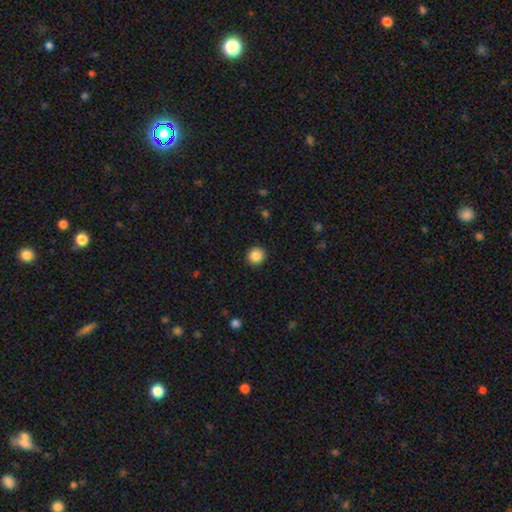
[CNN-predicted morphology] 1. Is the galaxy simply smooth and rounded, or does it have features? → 87% smooth, 9% star or artifact, 4% featured or disk.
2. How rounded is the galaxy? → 91% round, 8% in between, 1% cigar-shaped.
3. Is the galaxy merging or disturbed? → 92% none, 5% minor disturbance, 2% major disturbance, 1% merger.